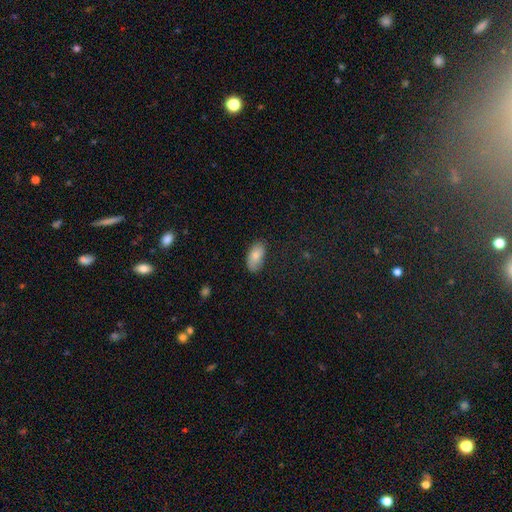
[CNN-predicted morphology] smooth_or_featured: smooth (p=0.81) [alt: featured or disk p=0.12]
how_rounded: in between (p=0.93) [alt: cigar-shaped p=0.04]
merging: none (p=0.77) [alt: minor disturbance p=0.18]